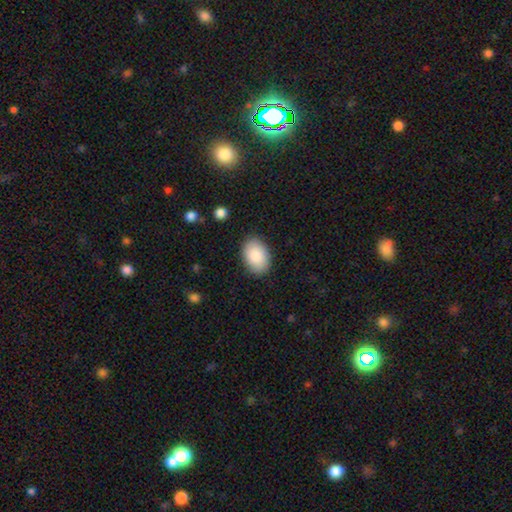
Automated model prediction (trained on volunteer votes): Overall: smooth (88%). How rounded: in between (86%). Merging: none (87%).